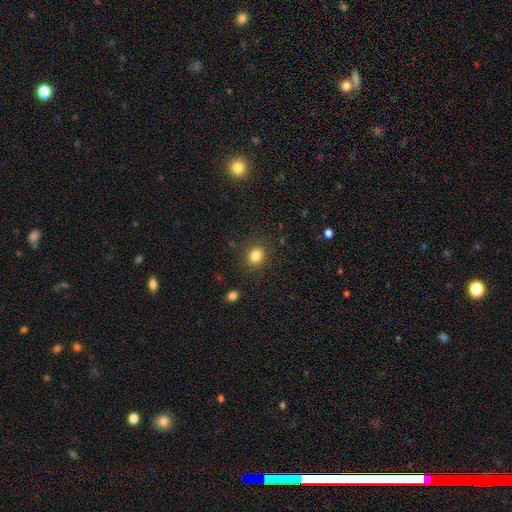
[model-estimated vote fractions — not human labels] Smooth or featured: smooth — 83% (star or artifact — 11%)
How rounded: round — 64% (in between — 35%)
Merging: none — 87% (minor disturbance — 9%)